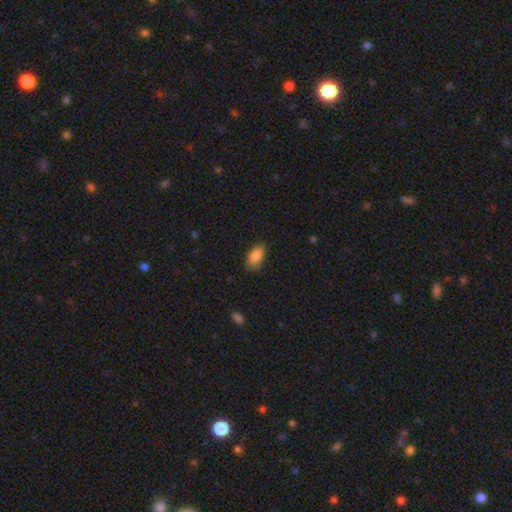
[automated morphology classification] smooth 87%, star or artifact 8%, featured or disk 6%. Down the decision tree: how rounded — in between (92%); merging — none (78%).